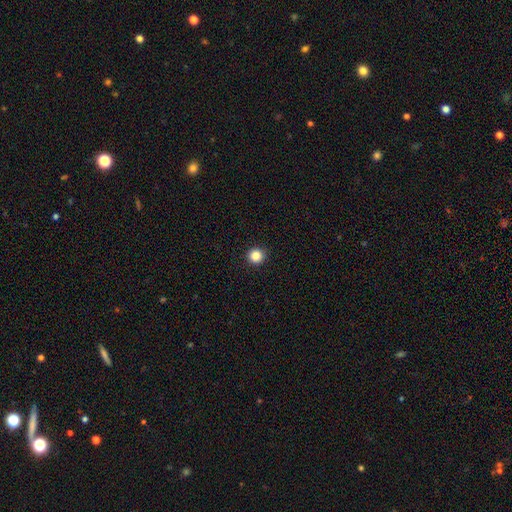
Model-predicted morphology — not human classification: A smooth galaxy with no disk features (86%) that is round (95%).

Vote fractions:
- Smooth or featured? smooth: 86% / star or artifact: 11% / featured or disk: 4%
- How rounded? round: 95% / in between: 4% / cigar-shaped: 1%
- Merging? none: 93% / minor disturbance: 4% / major disturbance: 1% / merger: 1%